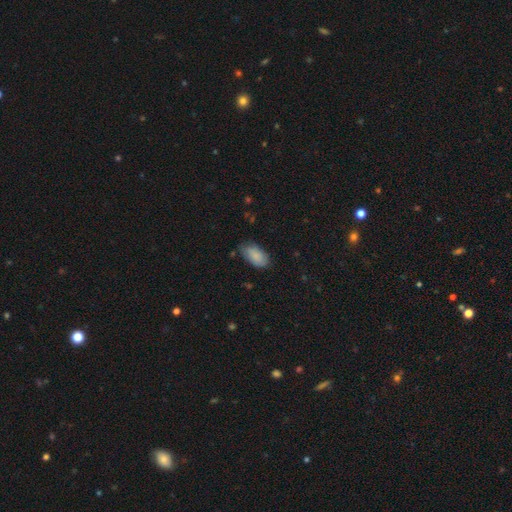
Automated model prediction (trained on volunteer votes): Q: Smooth or featured?
A: smooth (88%); runner-up: featured or disk (6%)
Q: How rounded?
A: in between (94%); runner-up: round (3%)
Q: Merging?
A: none (71%); runner-up: minor disturbance (23%)